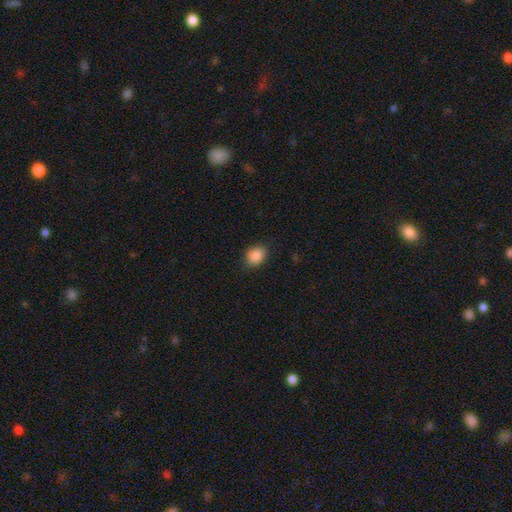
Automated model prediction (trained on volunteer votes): Smooth or featured? smooth (88%)
How rounded? in between (59%)
Merging? none (87%)